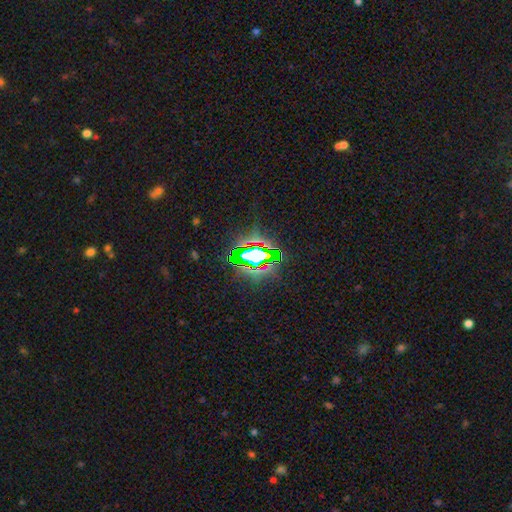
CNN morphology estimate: smooth_or_featured: star or artifact (p=0.71) [alt: smooth p=0.16]